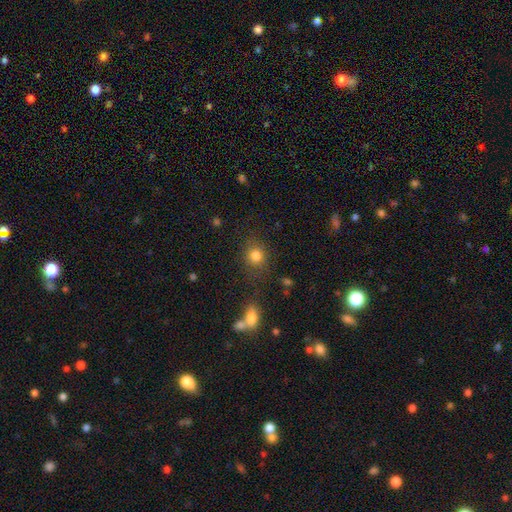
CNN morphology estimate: Overall: smooth (82%). How rounded: round (77%). Merging: none (79%).